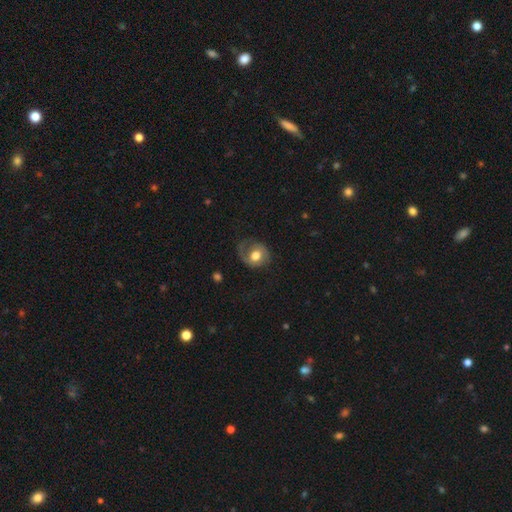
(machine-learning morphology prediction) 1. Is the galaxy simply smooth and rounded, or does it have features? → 50% smooth, 43% featured or disk, 7% star or artifact.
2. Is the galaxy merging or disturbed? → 50% none, 24% minor disturbance, 24% major disturbance, 2% merger.